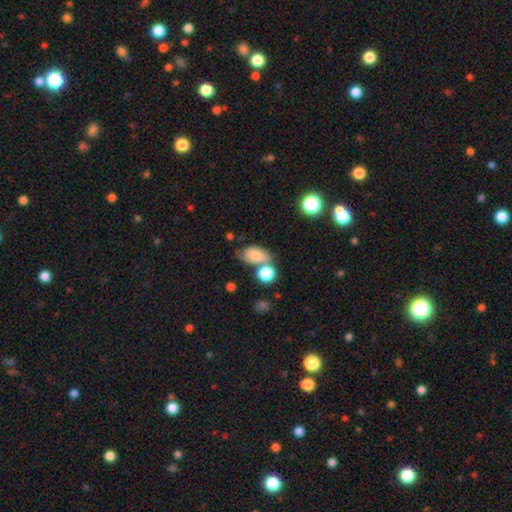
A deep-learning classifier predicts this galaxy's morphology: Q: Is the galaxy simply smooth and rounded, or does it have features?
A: smooth — 75%.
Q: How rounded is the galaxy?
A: in between — 83%.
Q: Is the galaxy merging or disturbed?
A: none — 43%.